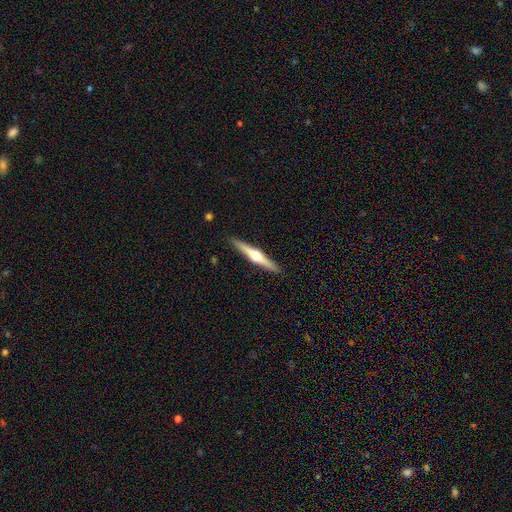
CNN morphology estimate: Smooth or featured? featured or disk (72%)
Edge-on disk? yes (98%)
Edge-on bulge? rounded (95%)
Merging? none (91%)